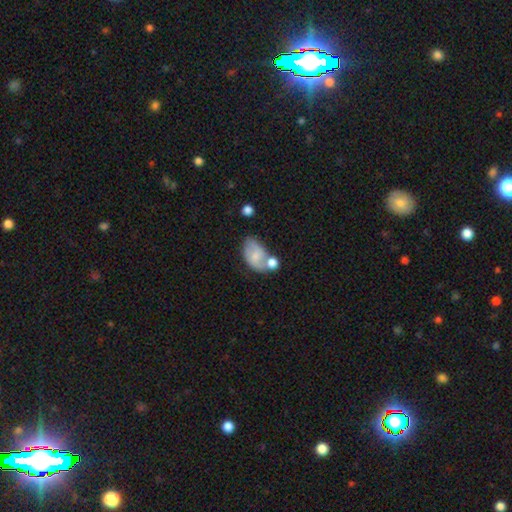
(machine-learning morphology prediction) Q: Smooth or featured?
A: smooth (58%); runner-up: featured or disk (34%)
Q: How rounded?
A: in between (87%); runner-up: round (12%)
Q: Merging?
A: merger (35%); runner-up: none (33%)